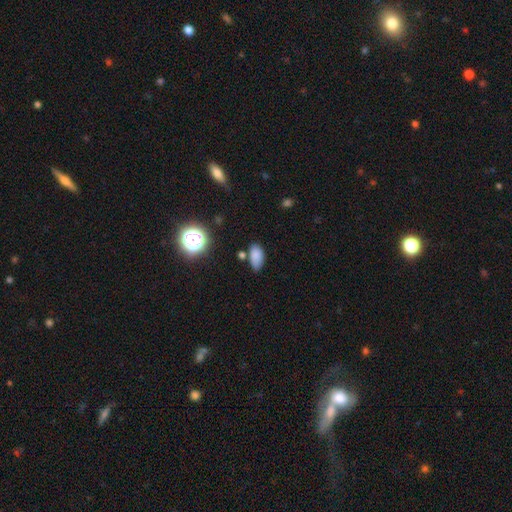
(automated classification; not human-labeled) smooth-or-featured: smooth: 81% | star or artifact: 13% | featured or disk: 6%
  how-rounded: in between: 90% | round: 7% | cigar-shaped: 3%
  merging: none: 67% | minor disturbance: 21% | merger: 8% | major disturbance: 5%